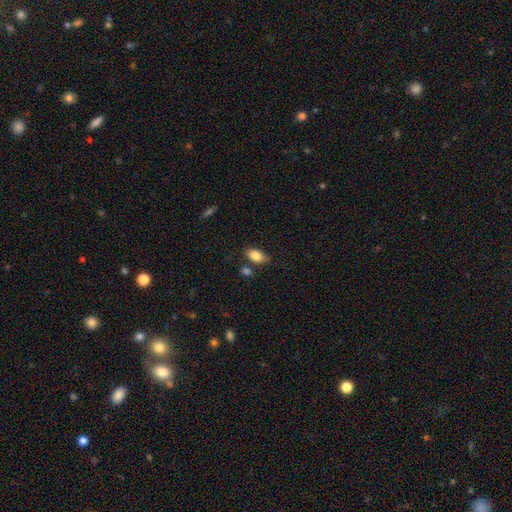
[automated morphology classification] Smooth or featured?
  - smooth: 84% *
  - featured or disk: 8%
  - star or artifact: 7%
How rounded?
  - in between: 90% *
  - round: 6%
  - cigar-shaped: 3%
Merging?
  - none: 75% *
  - minor disturbance: 15%
  - merger: 7%
  - major disturbance: 3%